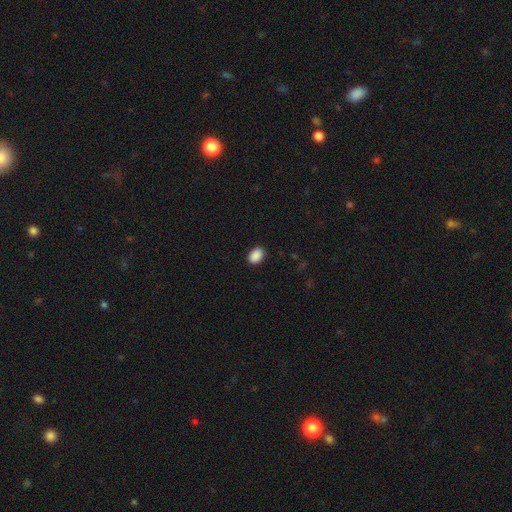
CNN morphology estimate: smooth-or-featured: smooth: 90% | star or artifact: 7% | featured or disk: 2%
  how-rounded: in between: 83% | round: 16% | cigar-shaped: 1%
  merging: none: 90% | minor disturbance: 7% | major disturbance: 2% | merger: 1%